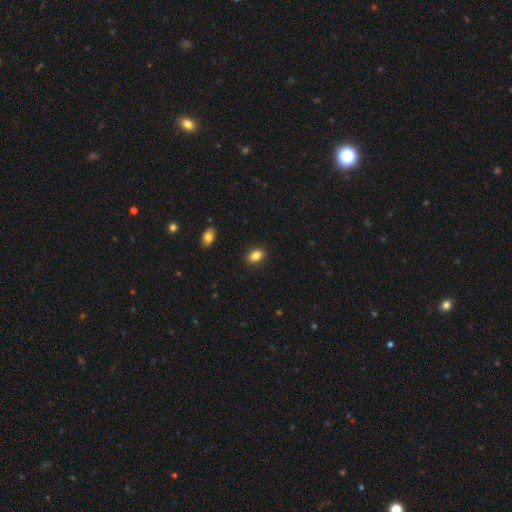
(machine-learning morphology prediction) This is clearly a smooth galaxy (85%). How rounded: clearly in between (81%). Merging: clearly none (88%).